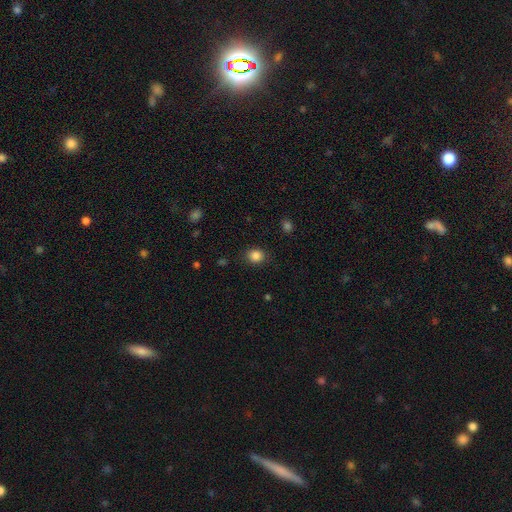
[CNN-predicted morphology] Smooth or featured?
  - smooth: 85% *
  - star or artifact: 11%
  - featured or disk: 4%
How rounded?
  - round: 73% *
  - in between: 26%
  - cigar-shaped: 1%
Merging?
  - none: 86% *
  - minor disturbance: 9%
  - major disturbance: 3%
  - merger: 1%